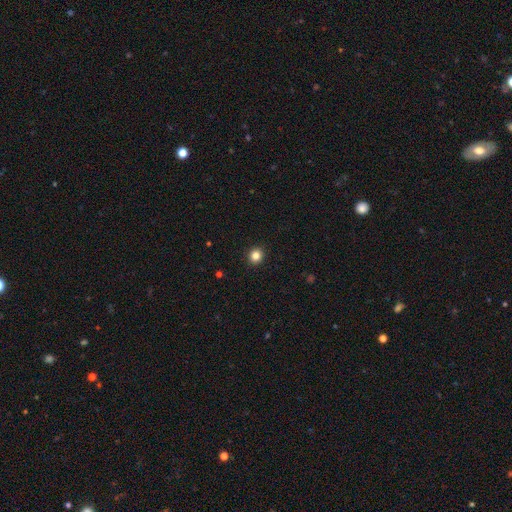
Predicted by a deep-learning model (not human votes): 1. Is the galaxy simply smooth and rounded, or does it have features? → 84% smooth, 12% star or artifact, 5% featured or disk.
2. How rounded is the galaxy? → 88% round, 11% in between, 1% cigar-shaped.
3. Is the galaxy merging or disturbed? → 93% none, 5% minor disturbance, 2% major disturbance, 1% merger.